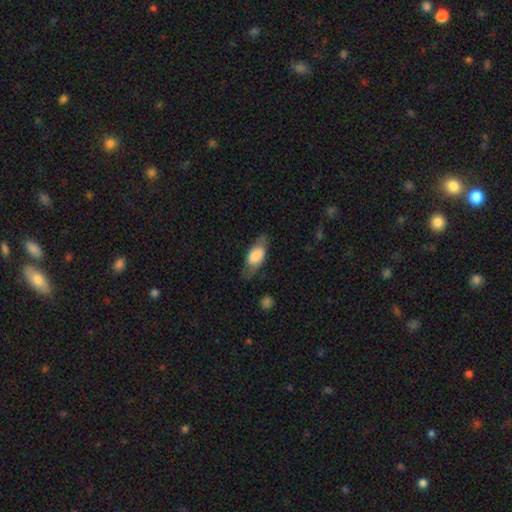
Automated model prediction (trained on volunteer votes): This appears to be a smooth galaxy with no disk features (61%) that is in between round and cigar-shaped (80%). Merging: none (67%).